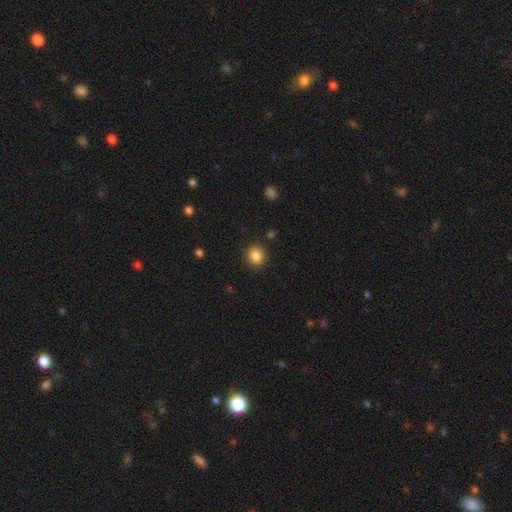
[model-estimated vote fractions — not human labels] This is clearly a smooth galaxy (85%). How rounded: clearly round (84%). Merging: clearly none (88%).